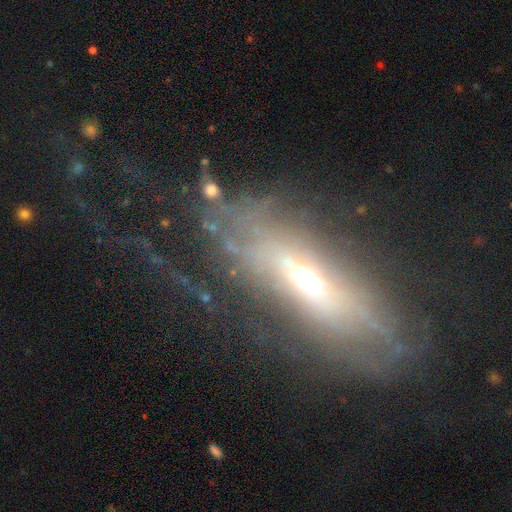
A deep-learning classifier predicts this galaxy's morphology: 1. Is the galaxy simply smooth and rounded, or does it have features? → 63% featured or disk, 26% smooth, 11% star or artifact.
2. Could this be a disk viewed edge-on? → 69% no, 31% yes.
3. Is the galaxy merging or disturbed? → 53% none, 23% major disturbance, 20% minor disturbance, 5% merger.